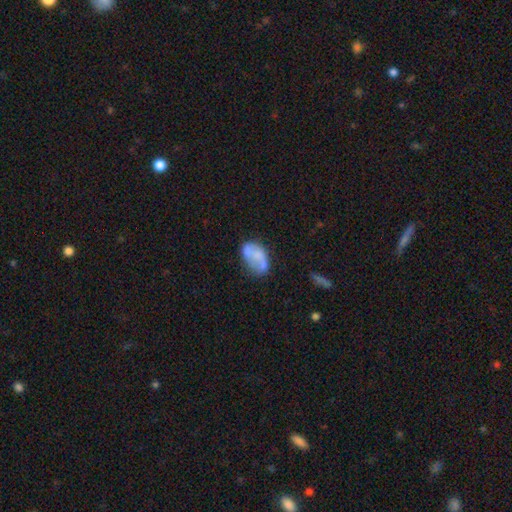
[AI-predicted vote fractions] Smooth or featured?
  - smooth: 54% *
  - featured or disk: 38%
  - star or artifact: 8%
How rounded?
  - in between: 90% *
  - round: 9%
  - cigar-shaped: 2%
Merging?
  - none: 45% *
  - minor disturbance: 30%
  - major disturbance: 15%
  - merger: 10%